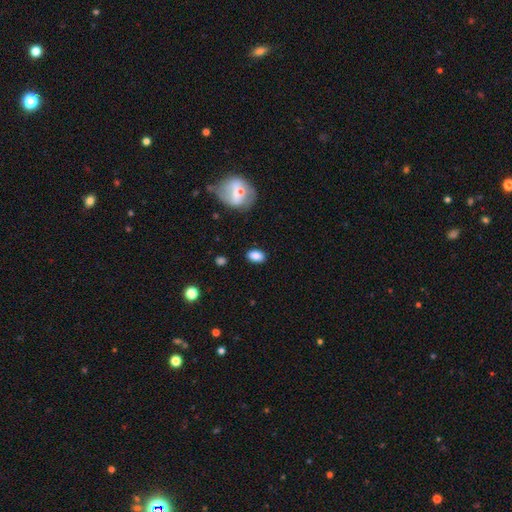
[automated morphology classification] type=smooth (86%); roundness=in between (87%); merging=none (84%).